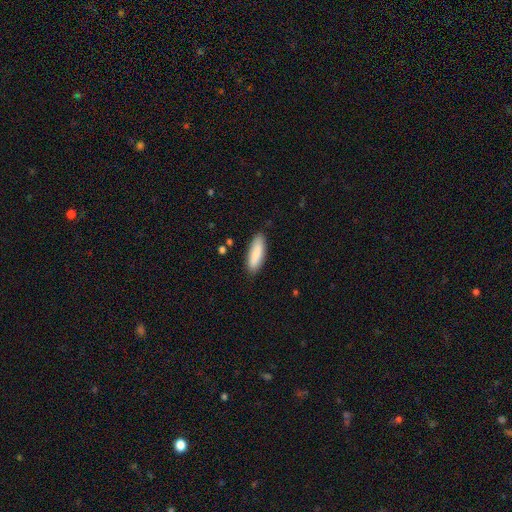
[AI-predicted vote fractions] Morphology: type=smooth (85%); roundness=in between (56%); merging=none (85%).